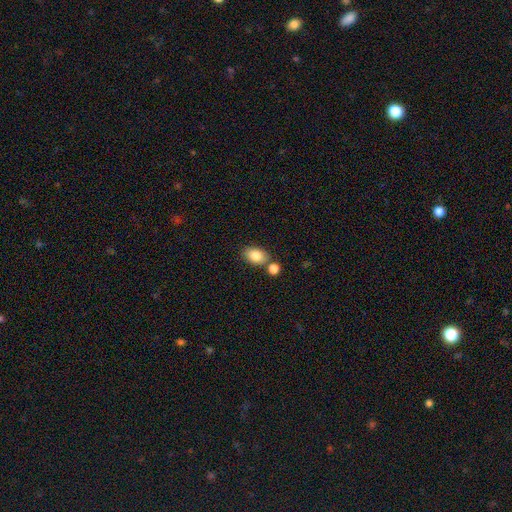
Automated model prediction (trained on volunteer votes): A smooth galaxy with no disk features (84%) that is in between round and cigar-shaped (81%).

Vote fractions:
- Smooth or featured? smooth: 84% / star or artifact: 8% / featured or disk: 7%
- How rounded? in between: 81% / round: 18% / cigar-shaped: 1%
- Merging? none: 67% / merger: 19% / minor disturbance: 11% / major disturbance: 3%